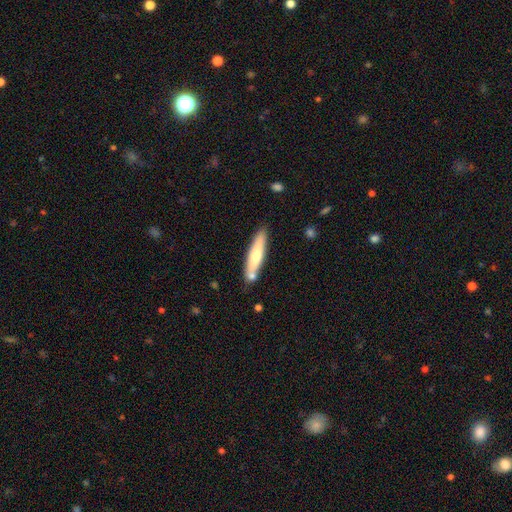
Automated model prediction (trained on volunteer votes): A smooth galaxy with no disk features (63%) that is cigar-shaped (84%).

Vote fractions:
- Smooth or featured? smooth: 63% / featured or disk: 32% / star or artifact: 5%
- How rounded? cigar-shaped: 84% / in between: 14% / round: 1%
- Merging? none: 76% / minor disturbance: 12% / merger: 9% / major disturbance: 2%